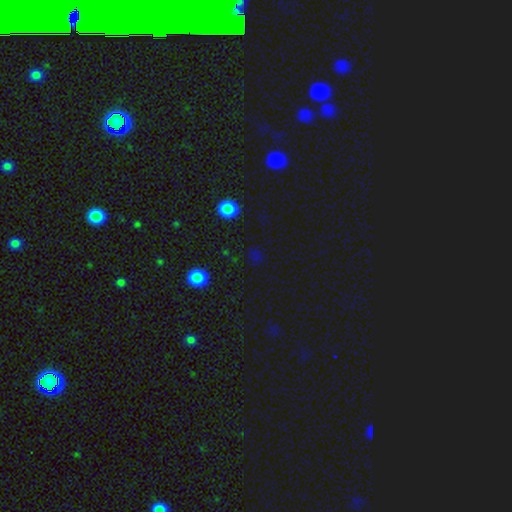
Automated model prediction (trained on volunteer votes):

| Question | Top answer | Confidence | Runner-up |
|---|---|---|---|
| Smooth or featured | smooth | 51% | star or artifact (42%) |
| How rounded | round | 82% | in between (16%) |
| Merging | none | 82% | minor disturbance (9%) |